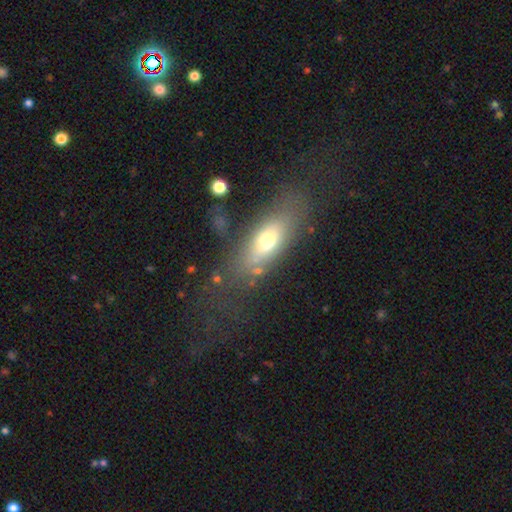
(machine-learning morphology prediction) This appears to be a smooth galaxy with no disk features (55%) that is in between round and cigar-shaped (64%). Merging: none (51%).